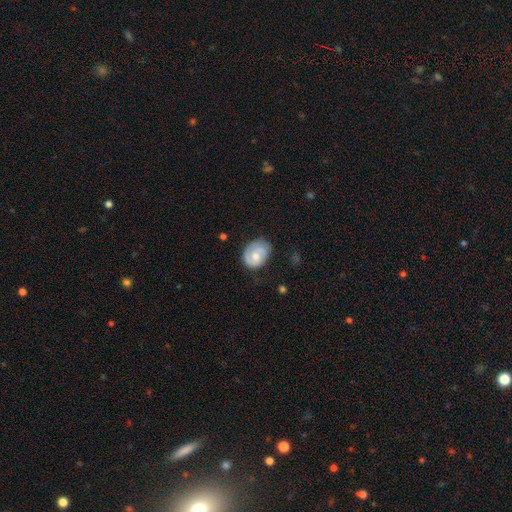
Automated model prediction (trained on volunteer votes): smooth-or-featured: featured or disk: 50% | smooth: 44% | star or artifact: 6%
  merging: none: 58% | minor disturbance: 30% | major disturbance: 10% | merger: 2%